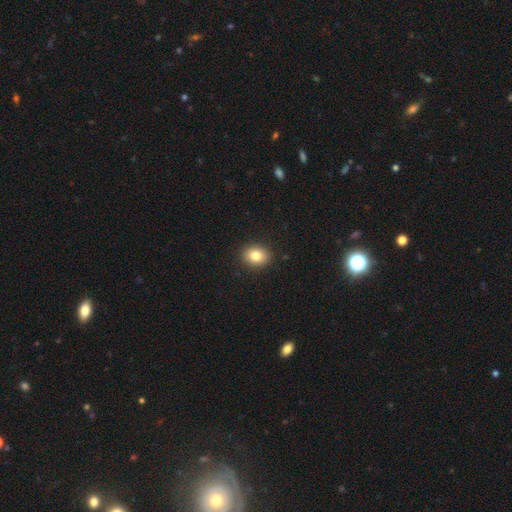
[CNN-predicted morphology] Smooth or featured?
  - smooth: 82% *
  - star or artifact: 10%
  - featured or disk: 8%
How rounded?
  - round: 54% *
  - in between: 45%
  - cigar-shaped: 1%
Merging?
  - none: 91% *
  - minor disturbance: 6%
  - major disturbance: 2%
  - merger: 1%